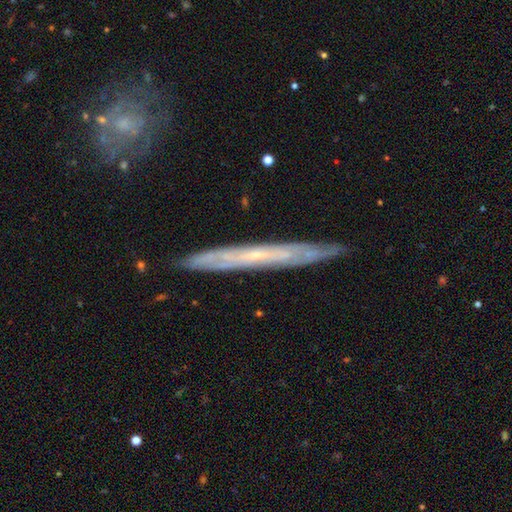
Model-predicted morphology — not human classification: This is likely a featured or disk galaxy (69%). It is clearly viewed edge-on (80%). Edge-on bulge: likely none (75%). Merging: clearly none (85%).